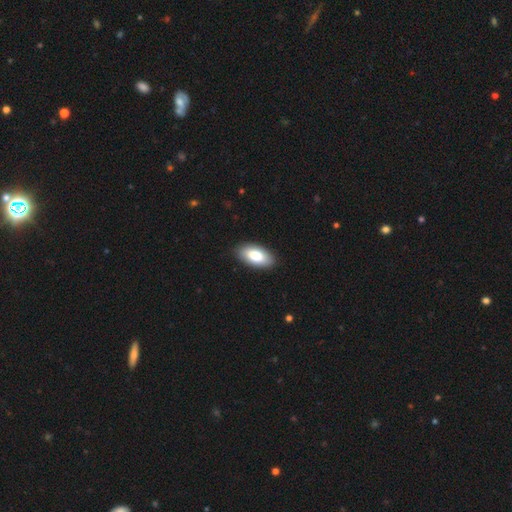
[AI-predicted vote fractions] smooth_or_featured: smooth (p=0.85) [alt: featured or disk p=0.10]
how_rounded: in between (p=0.93) [alt: cigar-shaped p=0.05]
merging: none (p=0.89) [alt: minor disturbance p=0.08]